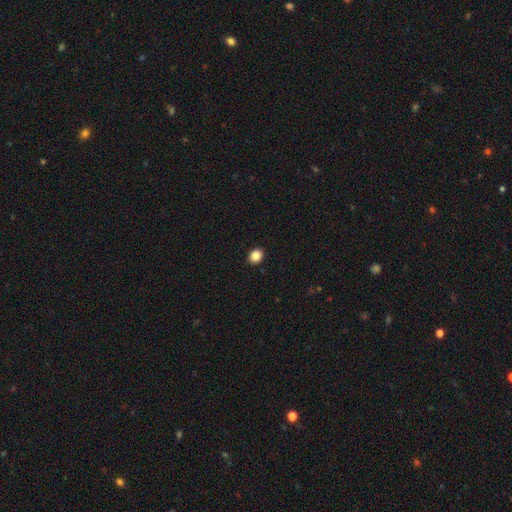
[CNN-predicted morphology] Smooth or featured? smooth (86%)
How rounded? in between (51%)
Merging? none (91%)